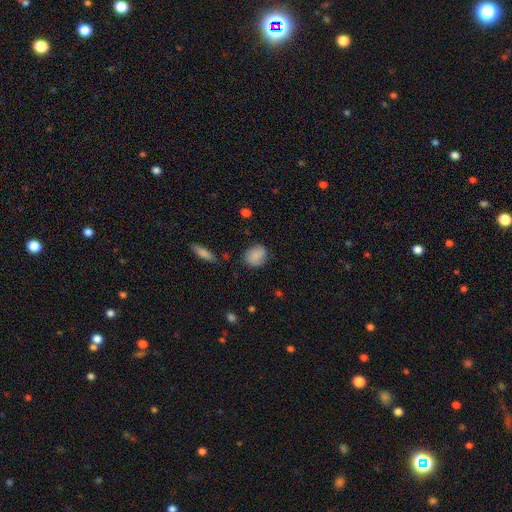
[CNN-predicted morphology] Smooth or featured: smooth — 79% (featured or disk — 13%)
How rounded: round — 57% (in between — 41%)
Merging: none — 74% (minor disturbance — 19%)